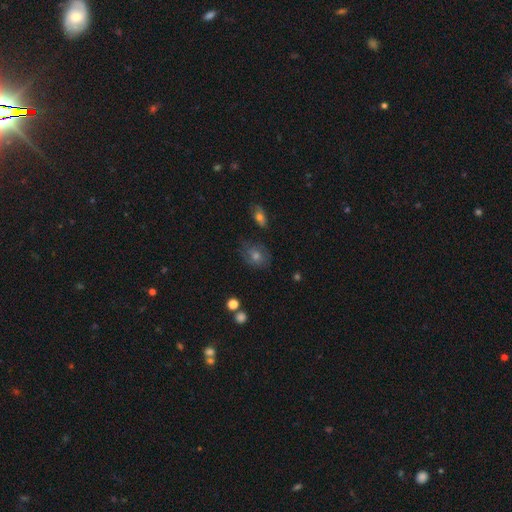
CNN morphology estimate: Overall: smooth (46%; featured or disk 30%). Merging: none (72%).